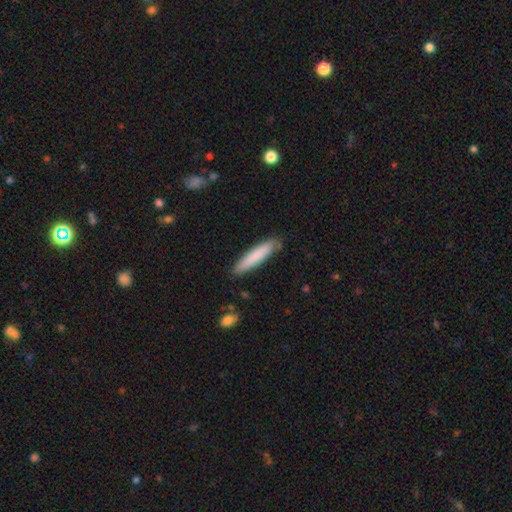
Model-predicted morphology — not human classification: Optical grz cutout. It shows a smooth galaxy with no disk features (82%) that is cigar-shaped (89%). Merging: none (87%).